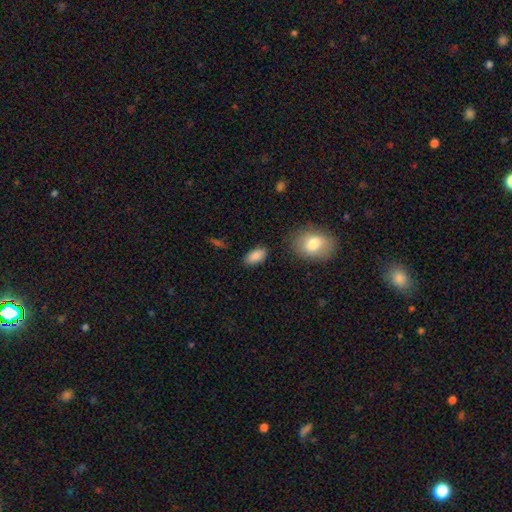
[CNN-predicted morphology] smooth-or-featured: smooth: 88% | star or artifact: 7% | featured or disk: 5%
  how-rounded: in between: 93% | round: 4% | cigar-shaped: 3%
  merging: none: 84% | minor disturbance: 11% | major disturbance: 3% | merger: 2%